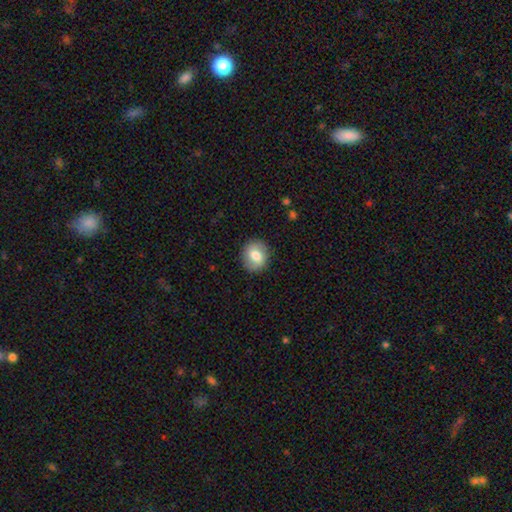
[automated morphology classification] Overall: smooth (73%). How rounded: round (78%). Merging: none (87%).